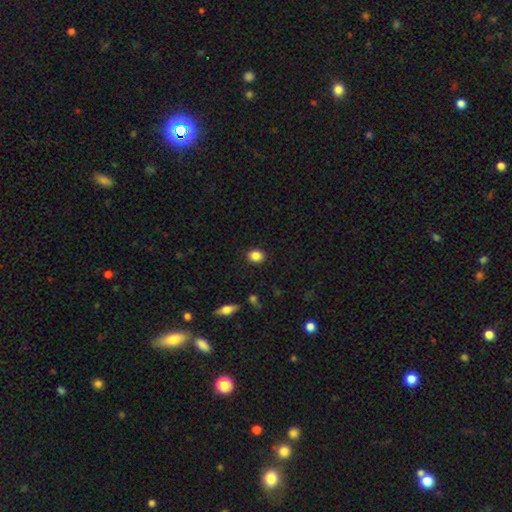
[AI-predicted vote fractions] smooth 85%, star or artifact 9%, featured or disk 6%. Down the decision tree: how rounded — round (60%); merging — none (89%).